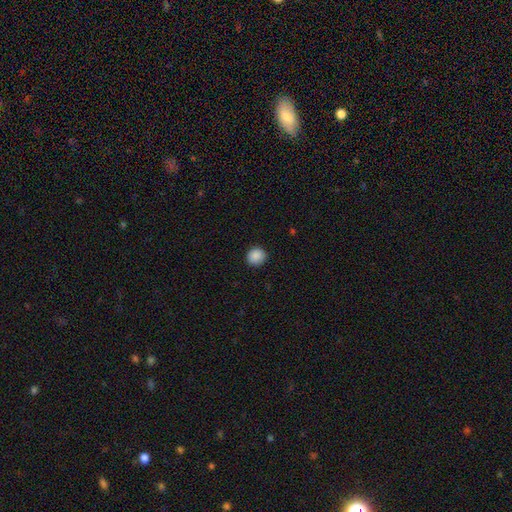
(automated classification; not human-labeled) Q: Smooth or featured?
A: smooth (88%); runner-up: star or artifact (9%)
Q: How rounded?
A: round (88%); runner-up: in between (11%)
Q: Merging?
A: none (90%); runner-up: minor disturbance (7%)